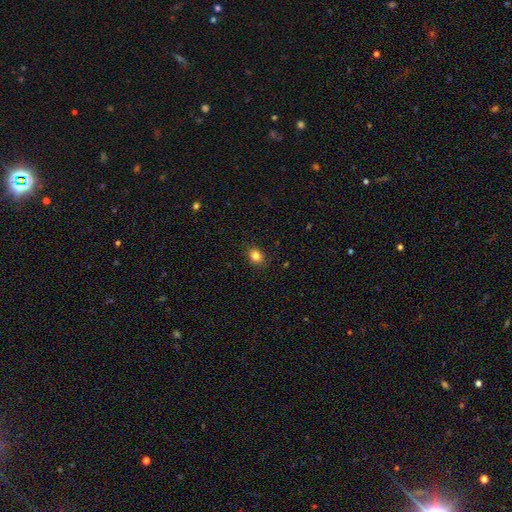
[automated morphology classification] Smooth or featured? smooth (83%)
How rounded? round (60%)
Merging? none (87%)